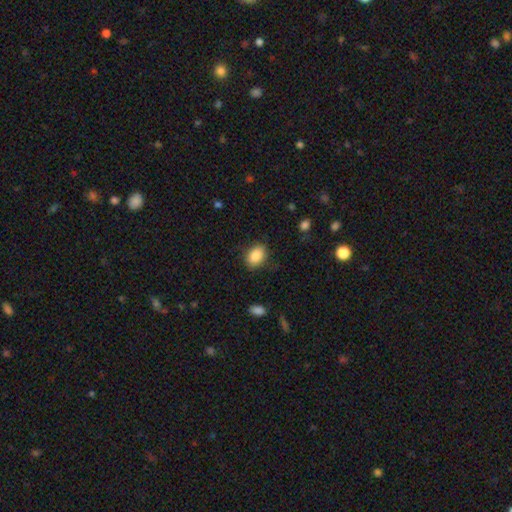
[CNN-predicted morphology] Smooth or featured: smooth — 87% (star or artifact — 8%)
How rounded: in between — 77% (round — 22%)
Merging: none — 82% (minor disturbance — 13%)